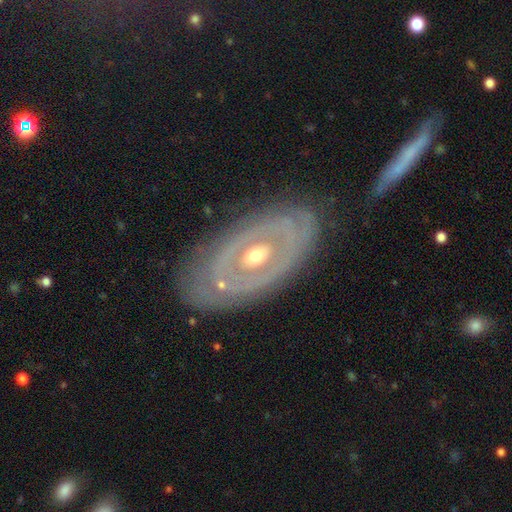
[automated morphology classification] This appears to be a featured or disk galaxy (78%) with no bar (72%), no spiral arms (55%) and a moderate central bulge (63%). Merging: none (81%).